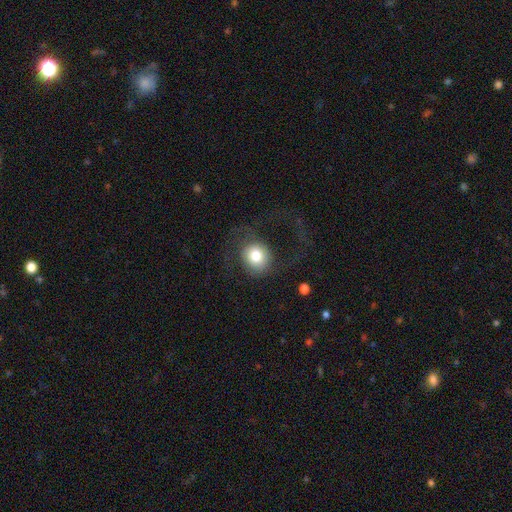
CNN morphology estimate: smooth_or_featured: smooth (p=0.74) [alt: featured or disk p=0.17]
how_rounded: round (p=0.86) [alt: in between p=0.13]
merging: none (p=0.60) [alt: major disturbance p=0.26]